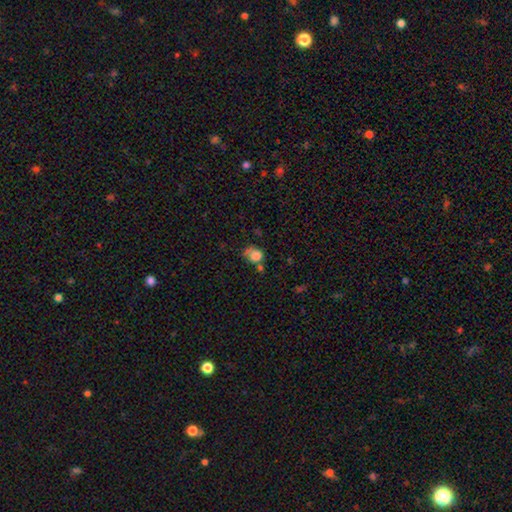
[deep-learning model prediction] A smooth galaxy with no disk features (76%) that is round (63%).

Vote fractions:
- Smooth or featured? smooth: 76% / featured or disk: 14% / star or artifact: 11%
- How rounded? round: 63% / in between: 36% / cigar-shaped: 1%
- Merging? none: 36% / minor disturbance: 27% / merger: 19% / major disturbance: 18%